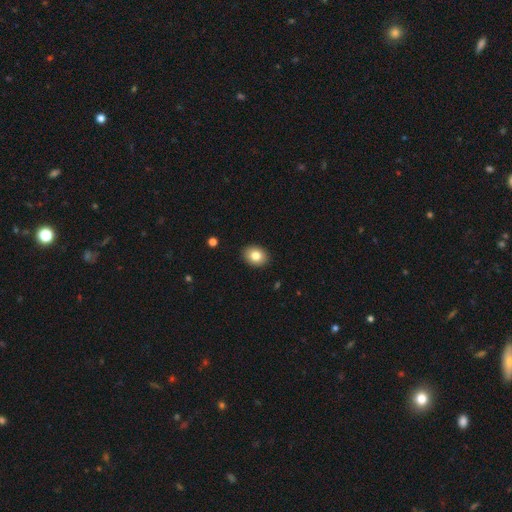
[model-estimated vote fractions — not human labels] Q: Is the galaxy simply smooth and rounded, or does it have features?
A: smooth — 81%.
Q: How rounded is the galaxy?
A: in between — 58%.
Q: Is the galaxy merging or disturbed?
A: none — 90%.